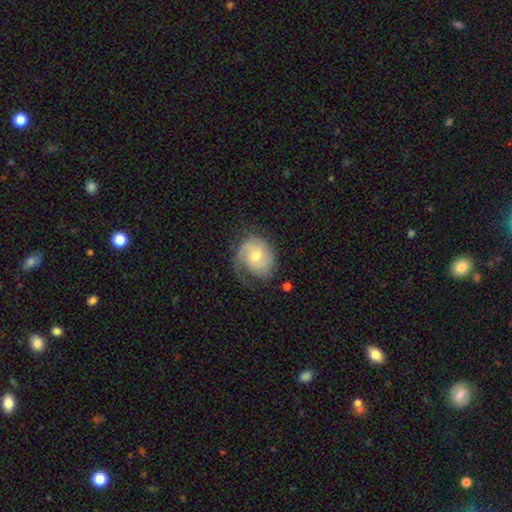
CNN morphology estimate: Overall: featured or disk (64%; smooth 30%). Edge-on disk: no (97%). Bar: no (63%; weak 32%). Spiral arms: yes (87%). Spiral arm count: 1 (47%; 2 28%). Spiral winding: tight (43%; medium 34%). Bulge size: moderate (61%; small 33%). Merging: none (47%; minor disturbance 27%).